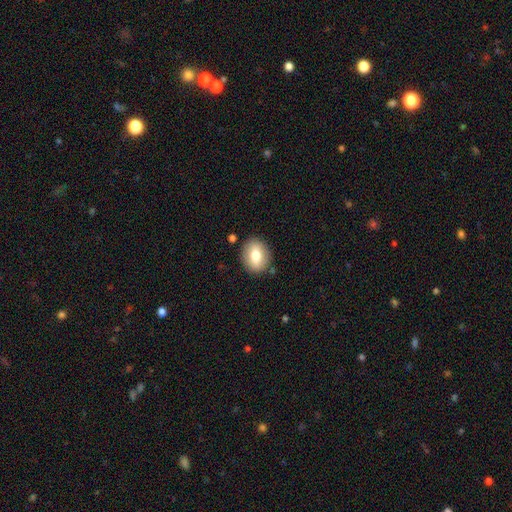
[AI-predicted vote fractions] Smooth or featured: smooth — 73% (featured or disk — 19%)
How rounded: round — 51% (in between — 47%)
Merging: none — 85% (minor disturbance — 10%)